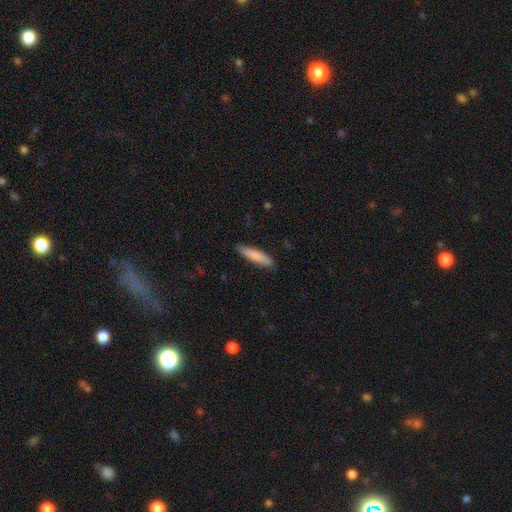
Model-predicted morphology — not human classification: Smooth or featured: smooth — 81% (featured or disk — 14%)
How rounded: cigar-shaped — 83% (in between — 15%)
Merging: none — 86% (minor disturbance — 11%)